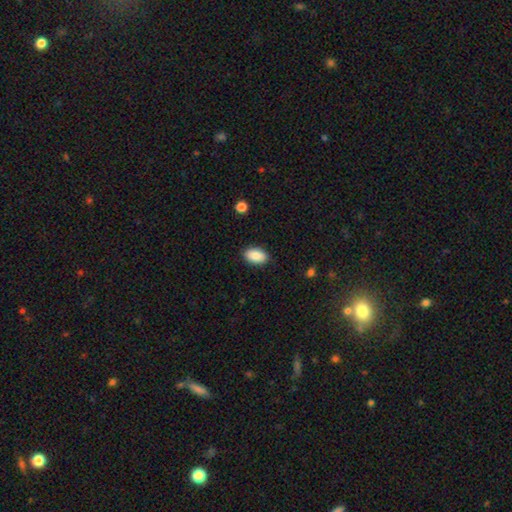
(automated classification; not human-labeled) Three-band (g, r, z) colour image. It shows a smooth galaxy with no disk features (89%) that is in between round and cigar-shaped (92%). Merging: none (88%).